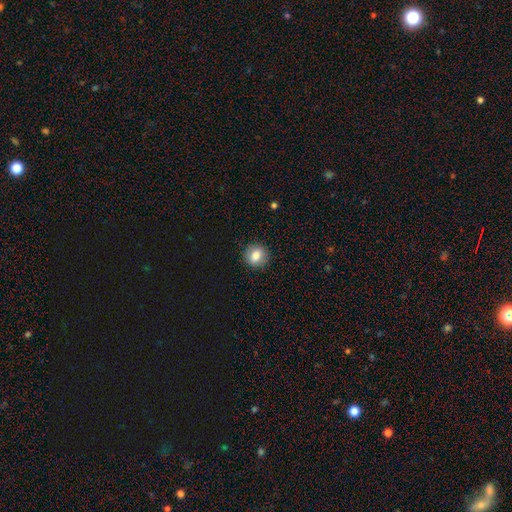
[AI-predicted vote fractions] The model was most divided on "how rounded": round: 77%, in between: 22%, cigar-shaped: 1%. More confident: merging — none (89%); smooth or featured — smooth (78%).